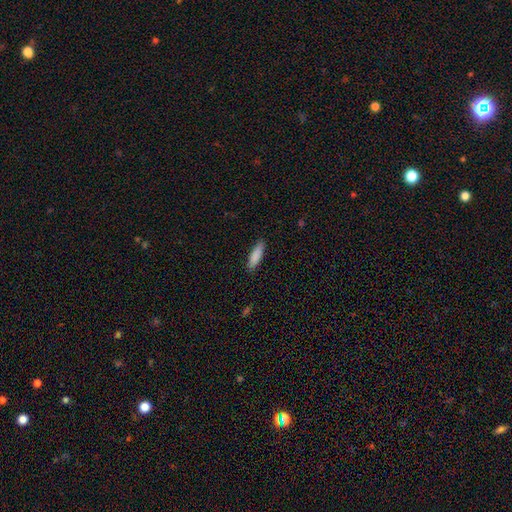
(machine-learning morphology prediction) Q: Smooth or featured?
A: smooth (87%); runner-up: featured or disk (7%)
Q: How rounded?
A: cigar-shaped (62%); runner-up: in between (36%)
Q: Merging?
A: none (88%); runner-up: minor disturbance (9%)